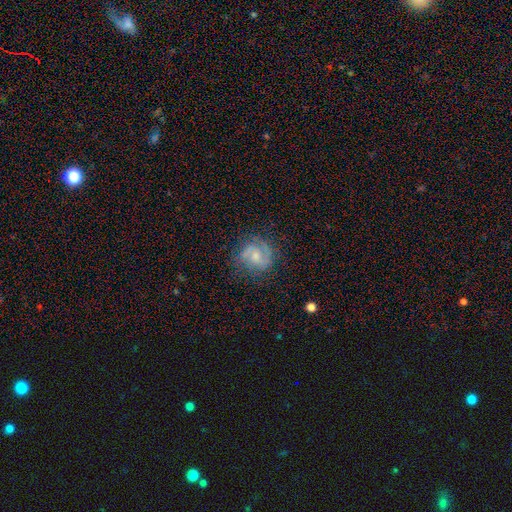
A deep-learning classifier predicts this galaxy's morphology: type=featured or disk (75%); edge-on=no (98%); bar=no (50%); spiral arms=yes (93%); winding=medium (49%); arm count=2 (76%); bulge=small (43%, tied with moderate); merging=none (71%).